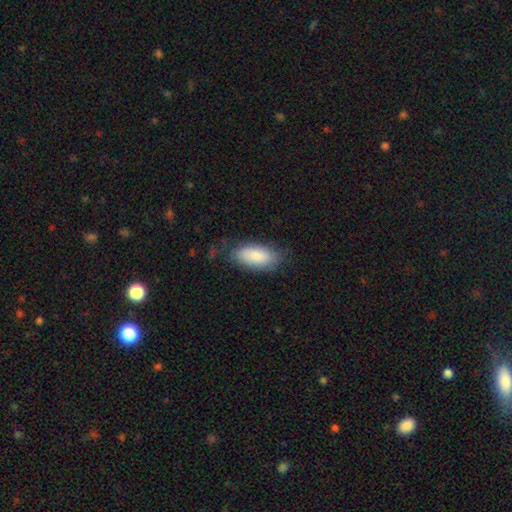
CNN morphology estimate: A smooth galaxy with no disk features (82%) that is in between round and cigar-shaped (90%). Merging: none (71%).